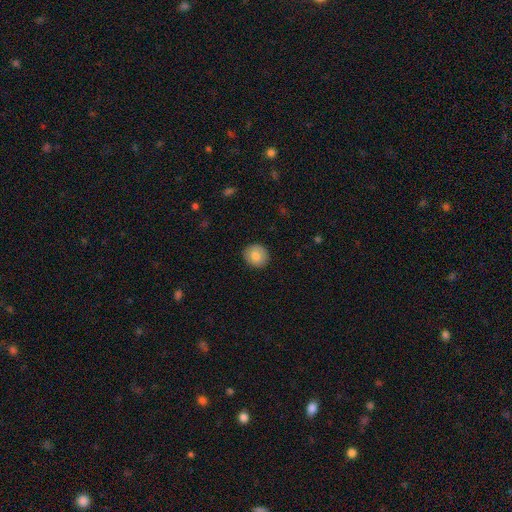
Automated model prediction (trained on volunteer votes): Q: Smooth or featured?
A: smooth (78%); runner-up: featured or disk (14%)
Q: How rounded?
A: round (83%); runner-up: in between (16%)
Q: Merging?
A: none (89%); runner-up: minor disturbance (8%)